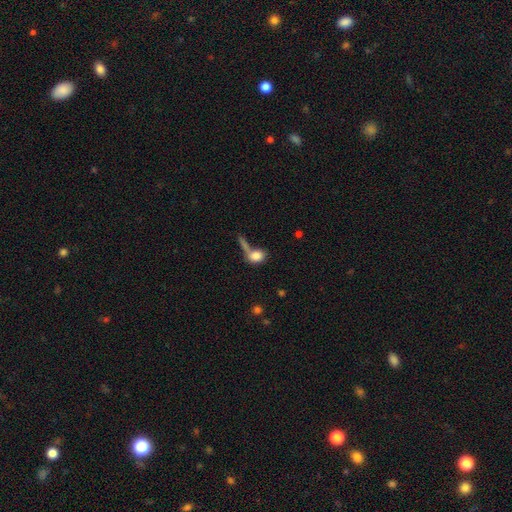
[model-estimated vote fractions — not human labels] Smooth or featured? Predicted: smooth (p=0.78). How rounded? Predicted: in between (p=0.62). Merging? Predicted: merger (p=0.38).